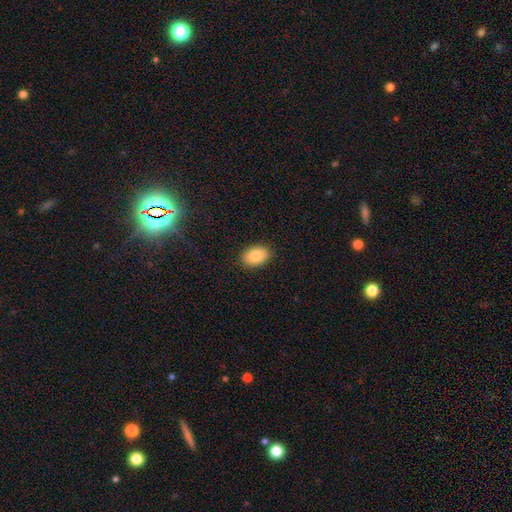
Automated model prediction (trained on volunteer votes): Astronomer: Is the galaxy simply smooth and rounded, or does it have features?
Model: smooth — 84%.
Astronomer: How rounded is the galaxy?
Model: in between — 86%.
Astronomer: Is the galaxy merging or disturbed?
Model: none — 89%.